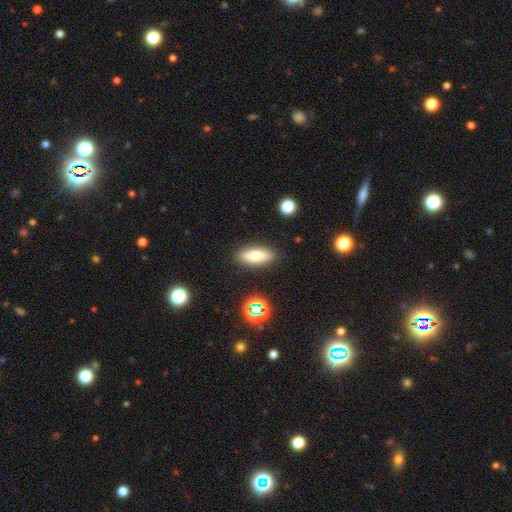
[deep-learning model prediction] This is likely a smooth galaxy (68%). How rounded: likely in between (65%). Merging: clearly none (87%).